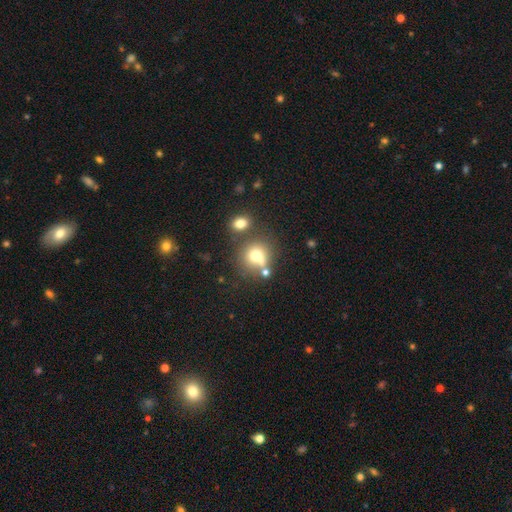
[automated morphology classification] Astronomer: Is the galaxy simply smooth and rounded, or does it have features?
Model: smooth — 70%.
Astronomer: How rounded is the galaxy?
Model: round — 83%.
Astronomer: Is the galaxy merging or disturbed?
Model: none — 49% (runner-up: merger, 30%).